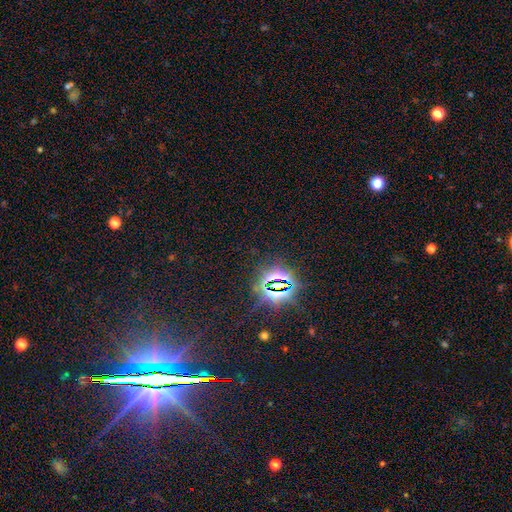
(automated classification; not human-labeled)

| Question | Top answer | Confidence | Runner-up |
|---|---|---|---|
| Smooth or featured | star or artifact | 81% | smooth (11%) |